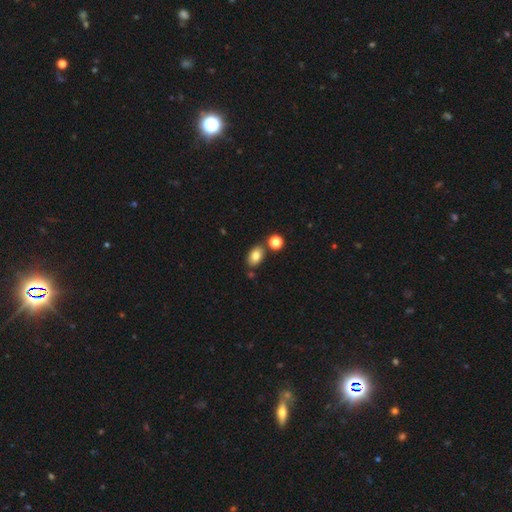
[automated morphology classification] A smooth galaxy with no disk features (81%) that is in between round and cigar-shaped (85%).

Vote fractions:
- Smooth or featured? smooth: 81% / star or artifact: 10% / featured or disk: 9%
- How rounded? in between: 85% / round: 13% / cigar-shaped: 1%
- Merging? none: 75% / merger: 11% / minor disturbance: 11% / major disturbance: 3%